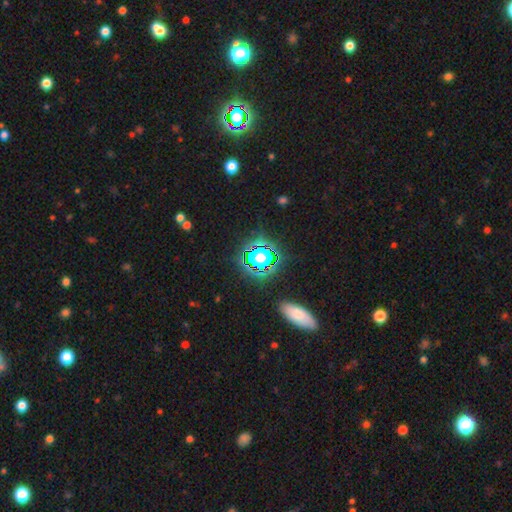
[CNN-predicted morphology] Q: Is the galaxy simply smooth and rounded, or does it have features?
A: star or artifact — 64%.